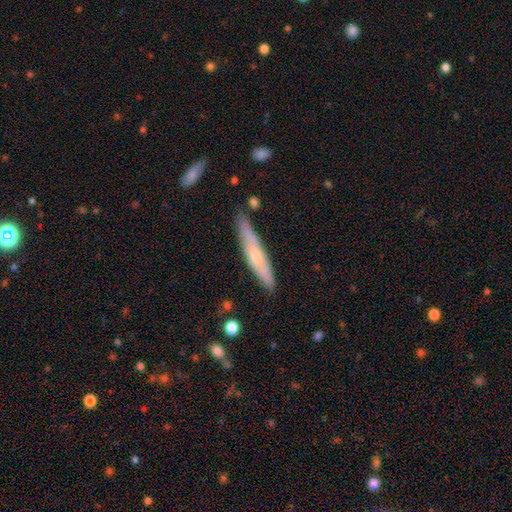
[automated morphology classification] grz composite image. It shows a smooth galaxy with no disk features (50%) that is cigar-shaped (89%). Merging: none (80%).